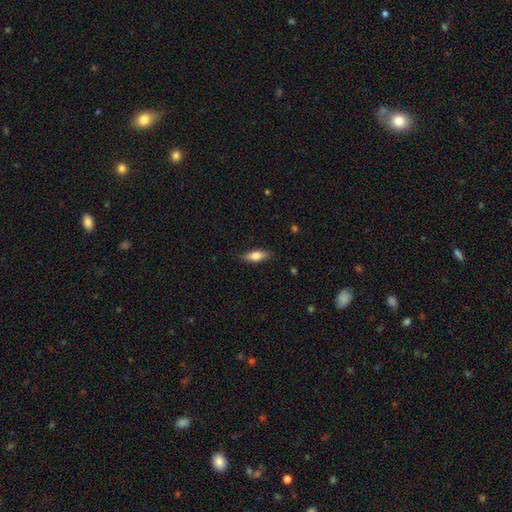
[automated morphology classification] smooth-or-featured: smooth: 71% | featured or disk: 22% | star or artifact: 6%
  how-rounded: in between: 66% | cigar-shaped: 31% | round: 3%
  merging: none: 85% | minor disturbance: 11% | major disturbance: 2% | merger: 1%